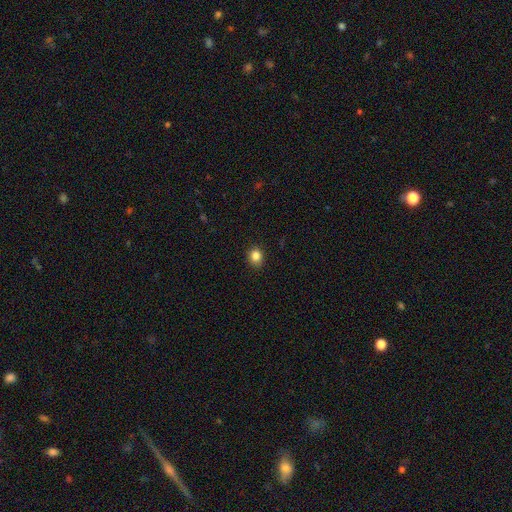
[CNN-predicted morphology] Smooth or featured? smooth (84%)
How rounded? round (67%)
Merging? none (88%)